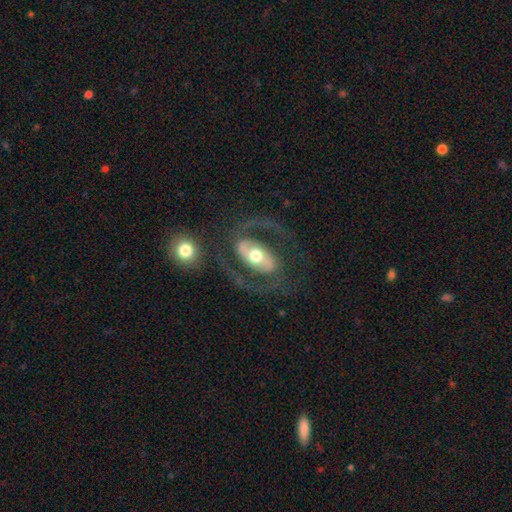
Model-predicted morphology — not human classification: Smooth or featured? featured or disk (82%)
Edge-on disk? no (96%)
Bar? no (37%)
Spiral arms? yes (83%)
Spiral winding? medium (50%)
Spiral arm count? 2 (90%)
Bulge size? moderate (68%)
Merging? none (74%)